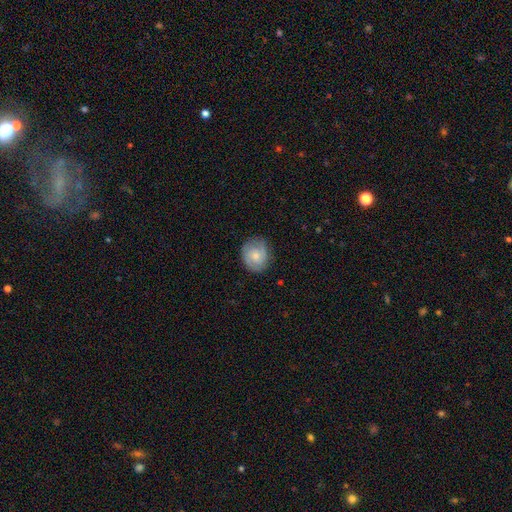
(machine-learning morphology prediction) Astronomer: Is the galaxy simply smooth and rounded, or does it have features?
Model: featured or disk — 50% (runner-up: smooth, 43%).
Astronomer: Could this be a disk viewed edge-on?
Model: no — 98%.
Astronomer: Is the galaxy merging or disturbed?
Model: none — 79%.